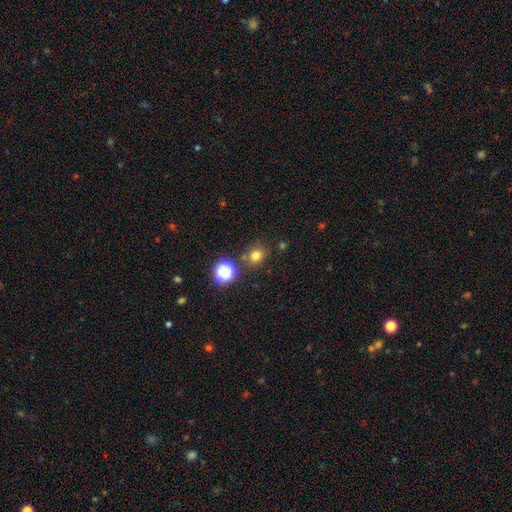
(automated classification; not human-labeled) smooth-or-featured: smooth: 75% | star or artifact: 19% | featured or disk: 6%
  how-rounded: round: 76% | in between: 23% | cigar-shaped: 1%
  merging: none: 80% | minor disturbance: 10% | merger: 7% | major disturbance: 3%